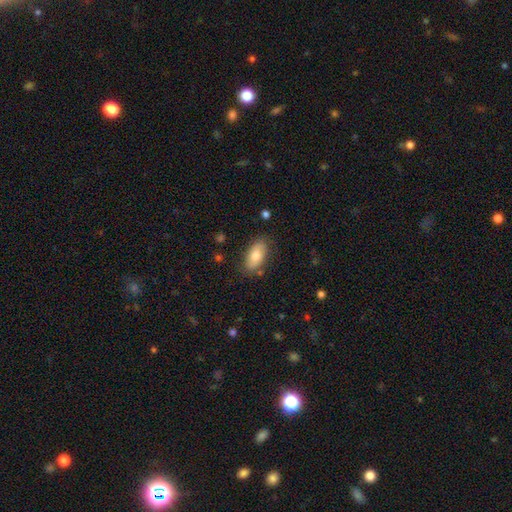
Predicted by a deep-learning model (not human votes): smooth_or_featured: smooth (p=0.74) [alt: featured or disk p=0.19]
how_rounded: in between (p=0.90) [alt: cigar-shaped p=0.06]
merging: none (p=0.81) [alt: minor disturbance p=0.14]